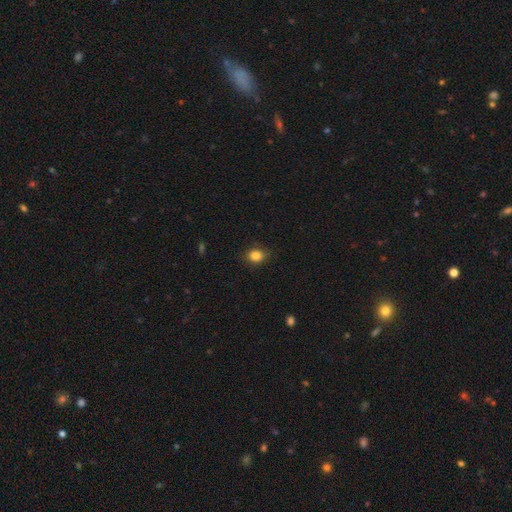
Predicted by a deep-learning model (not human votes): This is clearly a smooth galaxy (85%). How rounded: possibly round (52%). Merging: clearly none (85%).